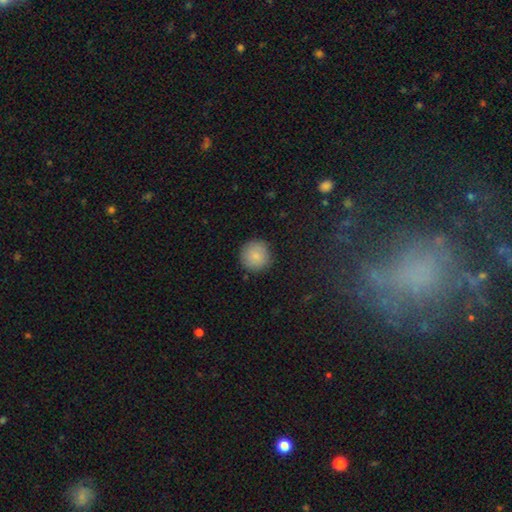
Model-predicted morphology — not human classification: Overall: smooth (85%). How rounded: round (96%). Merging: none (89%).